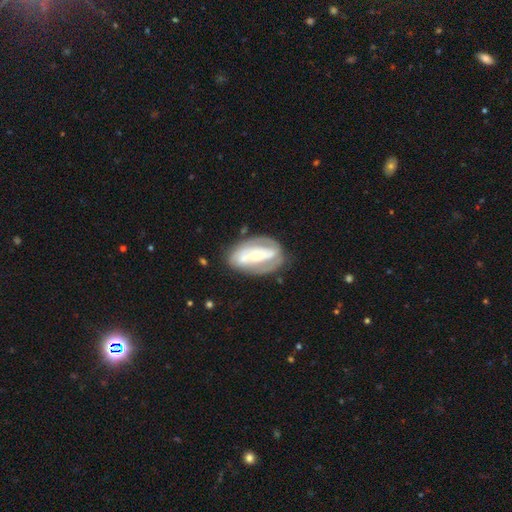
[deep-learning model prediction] Q: Smooth or featured?
A: featured or disk (75%); runner-up: smooth (20%)
Q: Edge-on disk?
A: no (92%); runner-up: yes (8%)
Q: Bar?
A: strong (52%); runner-up: no (27%)
Q: Spiral arms?
A: yes (62%); runner-up: no (38%)
Q: Bulge size?
A: small (47%); runner-up: moderate (46%)
Q: Merging?
A: none (71%); runner-up: minor disturbance (18%)